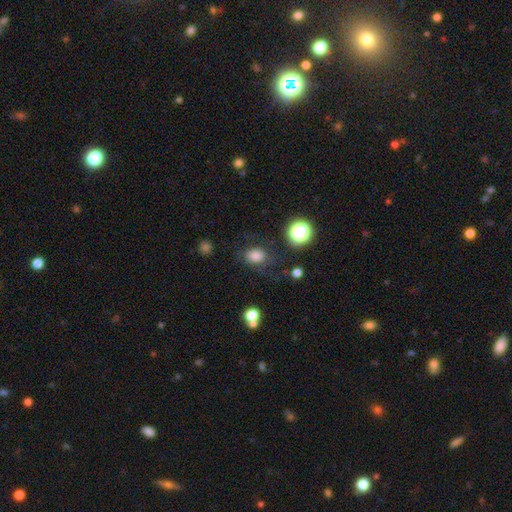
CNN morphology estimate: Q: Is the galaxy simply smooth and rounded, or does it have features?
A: smooth — 80%.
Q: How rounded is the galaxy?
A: in between — 55%.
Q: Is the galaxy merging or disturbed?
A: none — 70%.